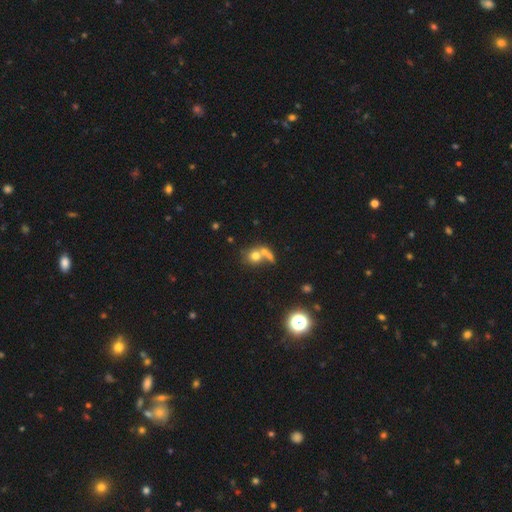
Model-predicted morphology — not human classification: smooth_or_featured: smooth (p=0.69) [alt: featured or disk p=0.18]
how_rounded: round (p=0.75) [alt: in between p=0.23]
merging: merger (p=0.52) [alt: none p=0.33]